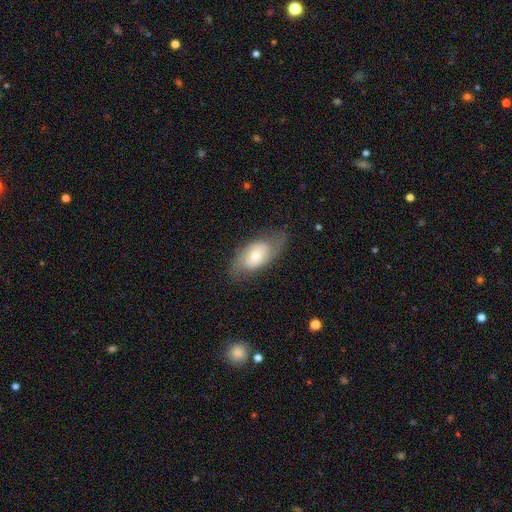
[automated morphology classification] The model was most divided on "smooth or featured": featured or disk: 51%, smooth: 42%, star or artifact: 7%. More confident: edge-on disk — no (91%); merging — none (71%).